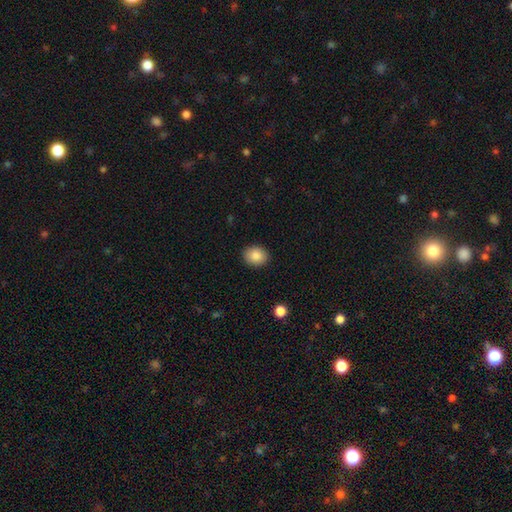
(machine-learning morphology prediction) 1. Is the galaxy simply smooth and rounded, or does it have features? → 86% smooth, 8% star or artifact, 5% featured or disk.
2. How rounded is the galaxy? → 54% round, 45% in between, 1% cigar-shaped.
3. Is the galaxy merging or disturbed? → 90% none, 7% minor disturbance, 2% major disturbance, 1% merger.